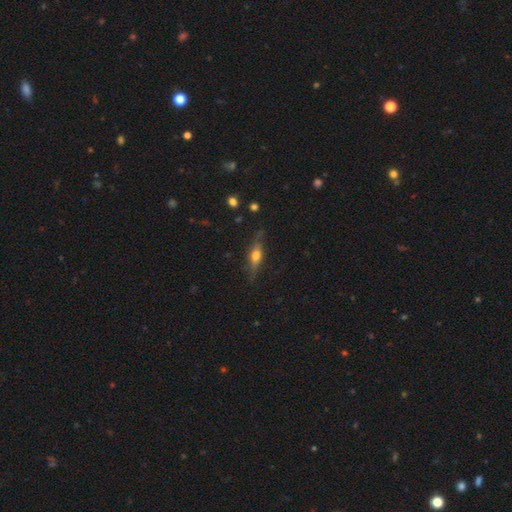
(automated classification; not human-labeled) A featured or disk galaxy (58%) viewed edge-on (91%) with a rounded central bulge (90%). Merging: none (79%).